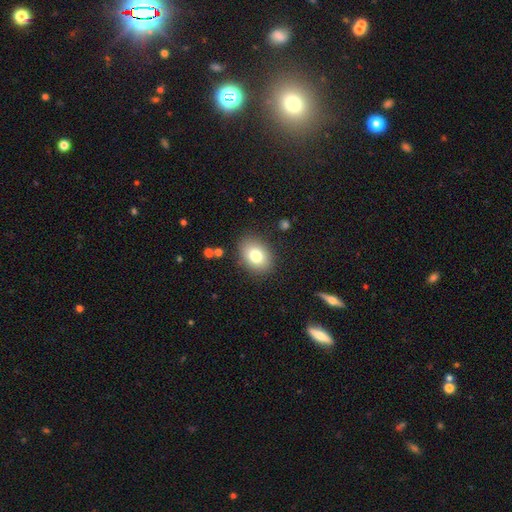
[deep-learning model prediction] smooth-or-featured: smooth: 79% | featured or disk: 12% | star or artifact: 9%
  how-rounded: in between: 69% | round: 30% | cigar-shaped: 1%
  merging: none: 86% | minor disturbance: 10% | major disturbance: 3% | merger: 2%